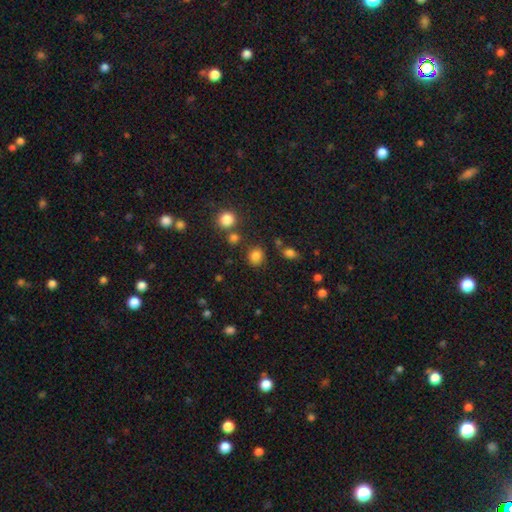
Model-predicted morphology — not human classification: Q: Smooth or featured?
A: smooth (82%); runner-up: star or artifact (13%)
Q: How rounded?
A: round (73%); runner-up: in between (26%)
Q: Merging?
A: none (79%); runner-up: minor disturbance (11%)